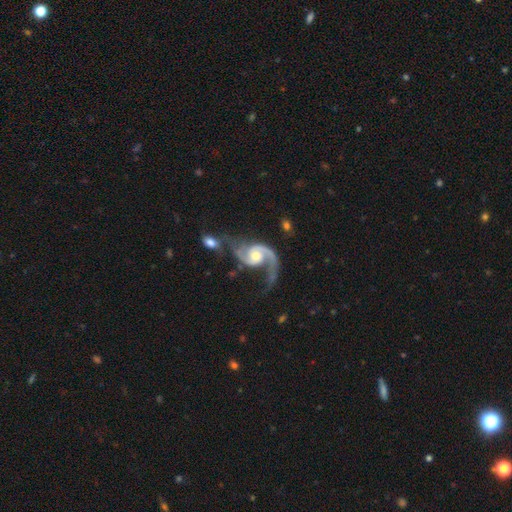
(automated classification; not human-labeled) A featured or disk galaxy (92%) with no bar (60%), 2 (87%) medium (47%) spiral arms (98%) and a moderate central bulge (63%). Merging: none (36%).